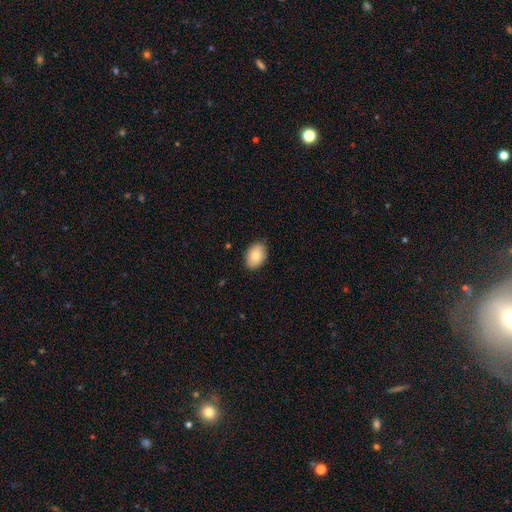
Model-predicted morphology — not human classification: smooth 84%, featured or disk 9%, star or artifact 7%. Down the decision tree: how rounded — in between (83%); merging — none (87%).